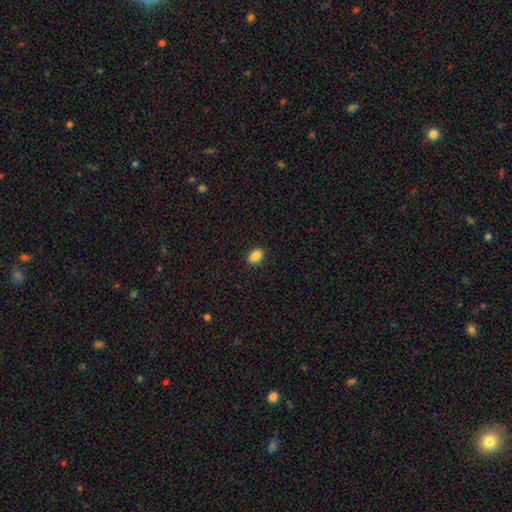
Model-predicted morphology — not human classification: Smooth or featured: smooth — 87% (star or artifact — 9%)
How rounded: in between — 78% (round — 21%)
Merging: none — 90% (minor disturbance — 7%)